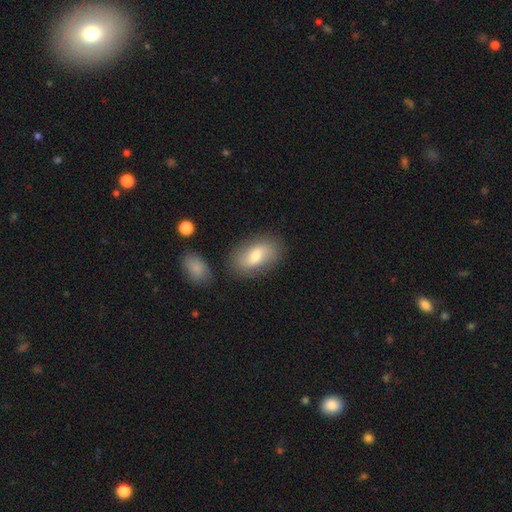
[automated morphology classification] type=smooth (62%); roundness=in between (89%); merging=none (79%).